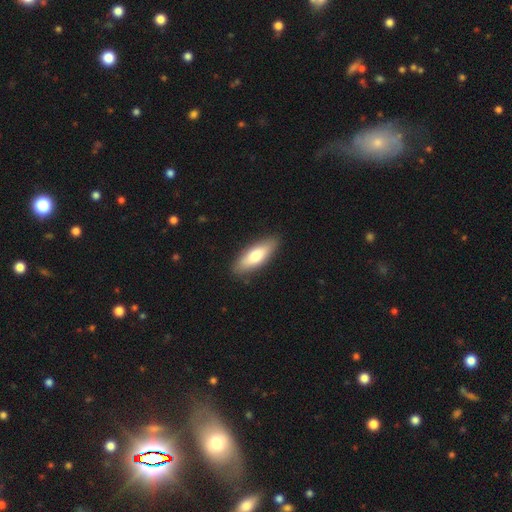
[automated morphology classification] The model was most divided on "how rounded": in between: 62%, cigar-shaped: 36%, round: 2%. More confident: merging — none (88%); smooth or featured — smooth (73%).